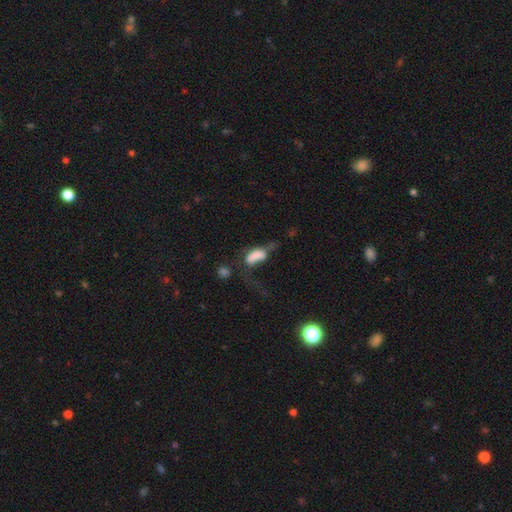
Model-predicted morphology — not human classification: Q: Smooth or featured?
A: smooth (57%); runner-up: featured or disk (31%)
Q: How rounded?
A: in between (81%); runner-up: cigar-shaped (12%)
Q: Merging?
A: major disturbance (50%); runner-up: merger (22%)